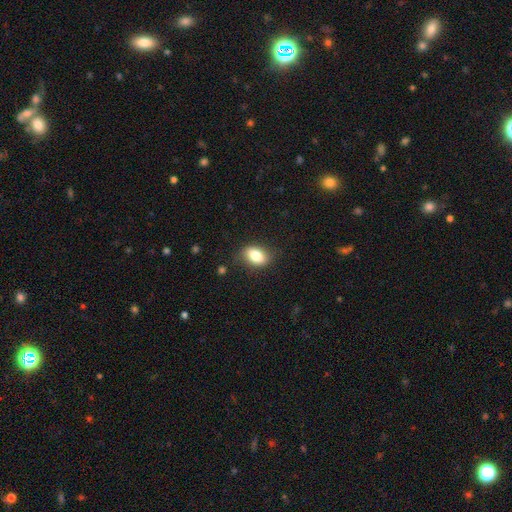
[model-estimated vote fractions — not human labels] smooth-or-featured: smooth: 82% | featured or disk: 10% | star or artifact: 8%
  how-rounded: in between: 84% | round: 14% | cigar-shaped: 2%
  merging: none: 80% | minor disturbance: 15% | major disturbance: 4% | merger: 1%